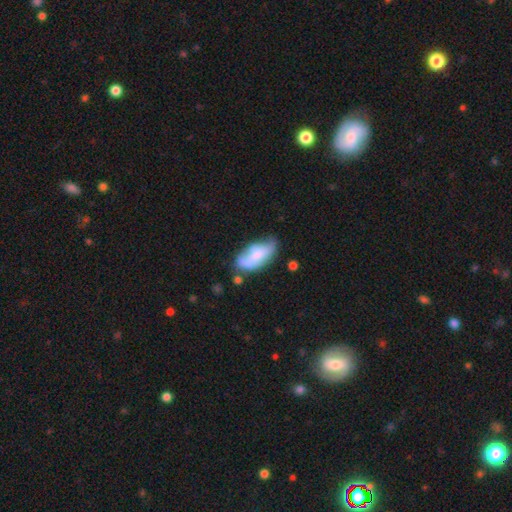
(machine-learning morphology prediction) The model was most divided on "merging": none: 43%, minor disturbance: 34%, major disturbance: 14%, merger: 10%. More confident: how rounded — in between (89%); smooth or featured — smooth (65%).